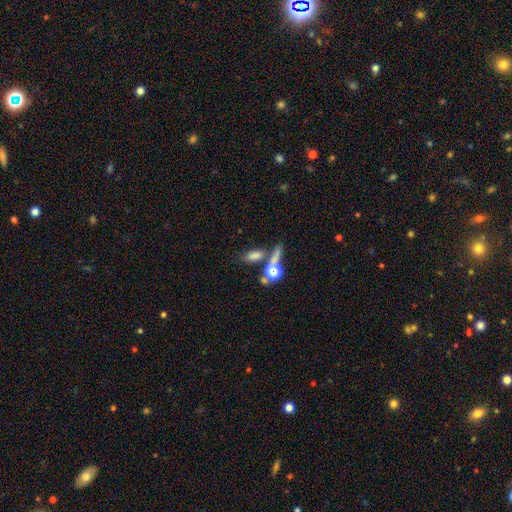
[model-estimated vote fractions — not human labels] Smooth or featured?
  - smooth: 58% *
  - featured or disk: 24%
  - star or artifact: 18%
How rounded?
  - in between: 49% *
  - cigar-shaped: 27%
  - round: 23%
Merging?
  - none: 49% *
  - merger: 31%
  - minor disturbance: 12%
  - major disturbance: 9%